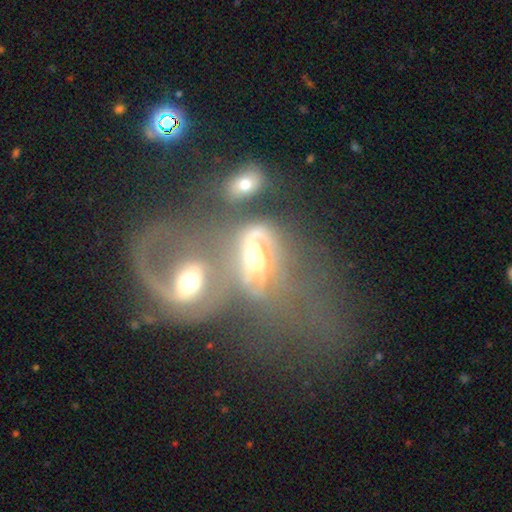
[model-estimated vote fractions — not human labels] smooth-or-featured: featured or disk: 69% | smooth: 22% | star or artifact: 10%
  disk-edge-on: no: 92% | yes: 8%
    bar: no: 36% (tied) | weak: 36% (tied) | strong: 28%
    has-spiral-arms: yes: 75% | no: 25%
    bulge-size: moderate: 59% | large: 22% | small: 11% | dominant: 4% | none: 3%
  merging: merger: 73% | major disturbance: 13% | none: 9% | minor disturbance: 5%